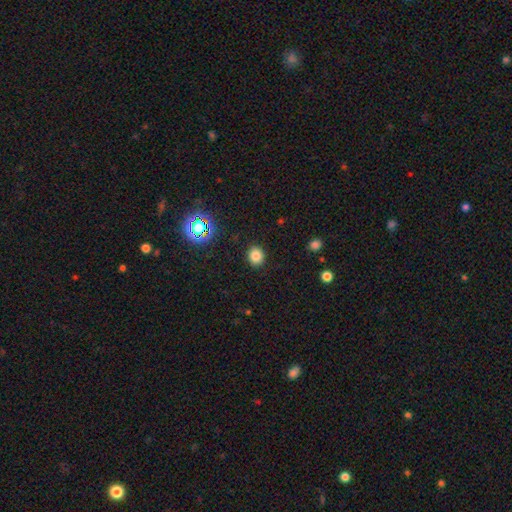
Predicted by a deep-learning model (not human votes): A smooth galaxy with no disk features (81%) that is round (69%). Merging: none (89%).